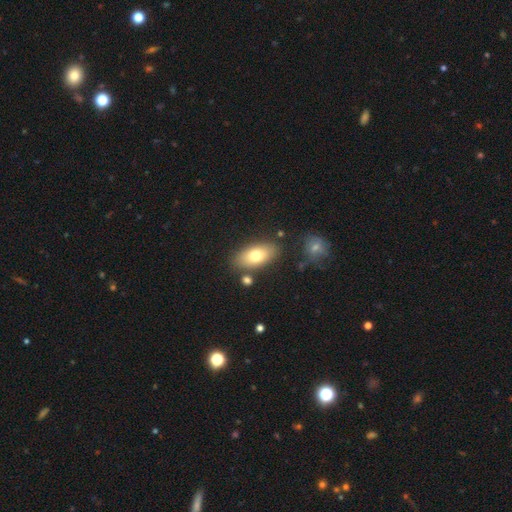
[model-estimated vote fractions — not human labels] This is likely a smooth galaxy (74%). How rounded: clearly in between (90%). Merging: clearly none (80%).